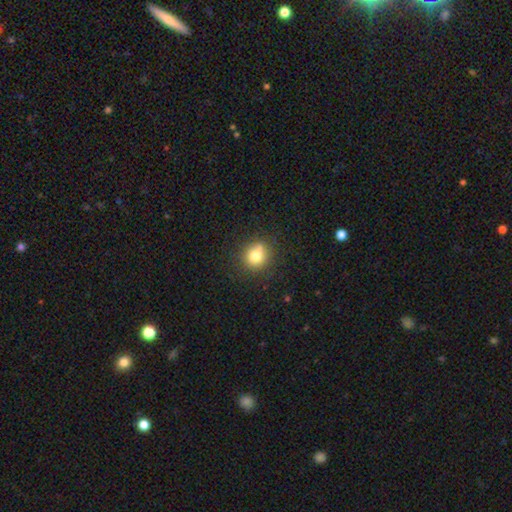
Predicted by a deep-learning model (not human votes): smooth-or-featured: smooth: 78% | star or artifact: 13% | featured or disk: 9%
  how-rounded: round: 86% | in between: 13% | cigar-shaped: 1%
  merging: none: 76% | minor disturbance: 13% | merger: 8% | major disturbance: 4%